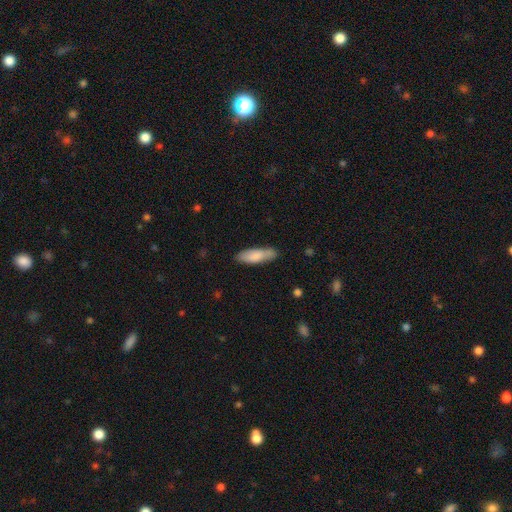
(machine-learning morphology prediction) A smooth galaxy with no disk features (83%) that is cigar-shaped (50%).

Vote fractions:
- Smooth or featured? smooth: 83% / featured or disk: 12% / star or artifact: 6%
- How rounded? cigar-shaped: 50% / in between: 49% / round: 2%
- Merging? none: 79% / minor disturbance: 16% / major disturbance: 3% / merger: 2%